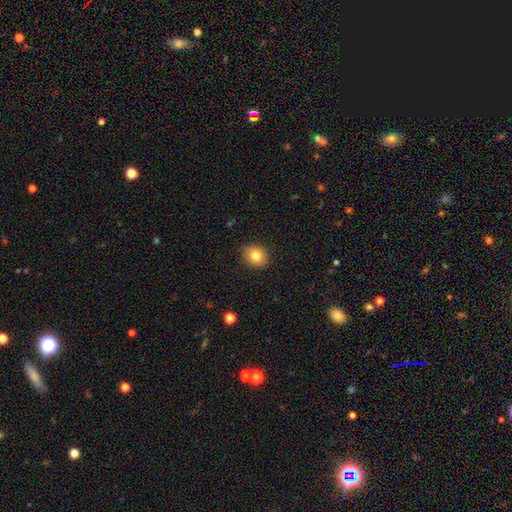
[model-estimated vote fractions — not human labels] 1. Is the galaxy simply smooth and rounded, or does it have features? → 81% smooth, 10% star or artifact, 9% featured or disk.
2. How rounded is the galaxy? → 69% round, 30% in between, 1% cigar-shaped.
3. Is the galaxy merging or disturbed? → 89% none, 8% minor disturbance, 2% major disturbance, 1% merger.